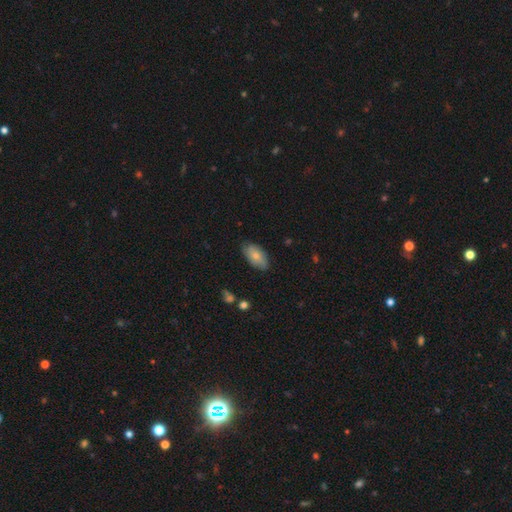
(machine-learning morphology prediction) A smooth galaxy with no disk features (74%) that is in between round and cigar-shaped (93%).

Vote fractions:
- Smooth or featured? smooth: 74% / featured or disk: 19% / star or artifact: 7%
- How rounded? in between: 93% / cigar-shaped: 4% / round: 3%
- Merging? none: 79% / minor disturbance: 17% / major disturbance: 3% / merger: 1%